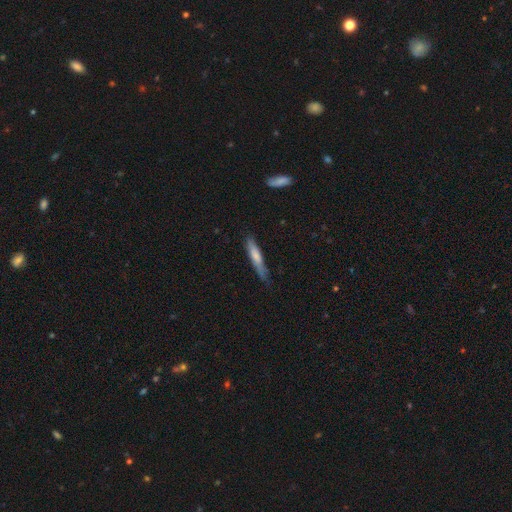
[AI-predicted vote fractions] This appears to be a smooth galaxy with no disk features (68%) that is cigar-shaped (88%). Merging: none (63%).